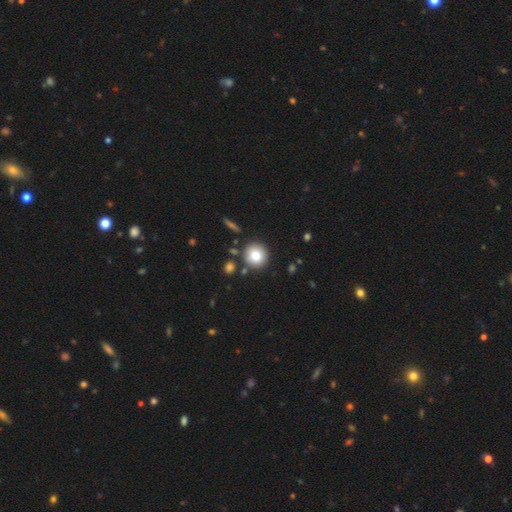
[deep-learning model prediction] A smooth galaxy with no disk features (76%) that is round (94%).

Vote fractions:
- Smooth or featured? smooth: 76% / featured or disk: 13% / star or artifact: 11%
- How rounded? round: 94% / in between: 5% / cigar-shaped: 1%
- Merging? none: 83% / minor disturbance: 8% / merger: 7% / major disturbance: 3%